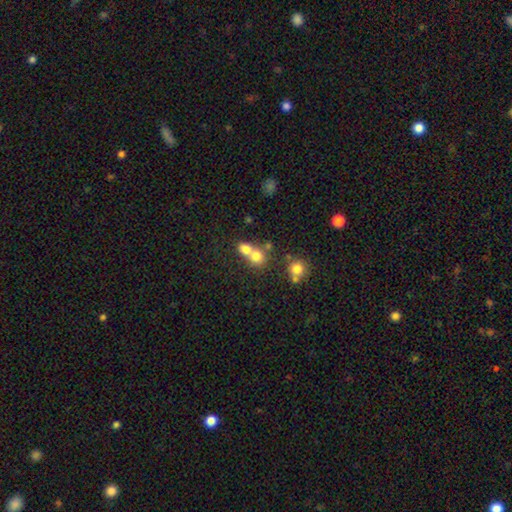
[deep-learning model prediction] smooth-or-featured: smooth: 73% | featured or disk: 14% | star or artifact: 13%
  how-rounded: round: 73% | in between: 26% | cigar-shaped: 1%
  merging: merger: 60% | none: 30% | minor disturbance: 6% | major disturbance: 4%